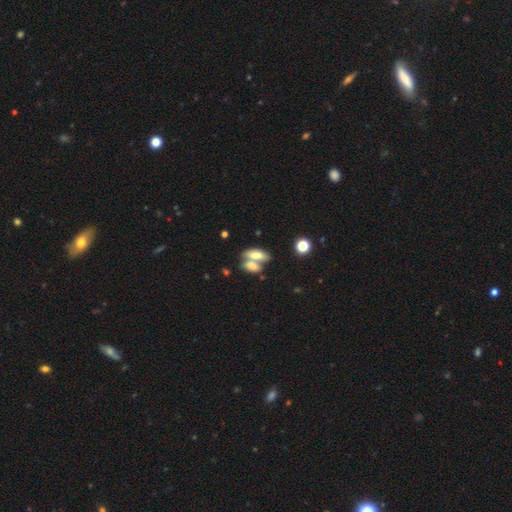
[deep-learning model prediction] This appears to be a smooth galaxy with no disk features (72%) that is in between round and cigar-shaped (80%). Merging: merger (59%).